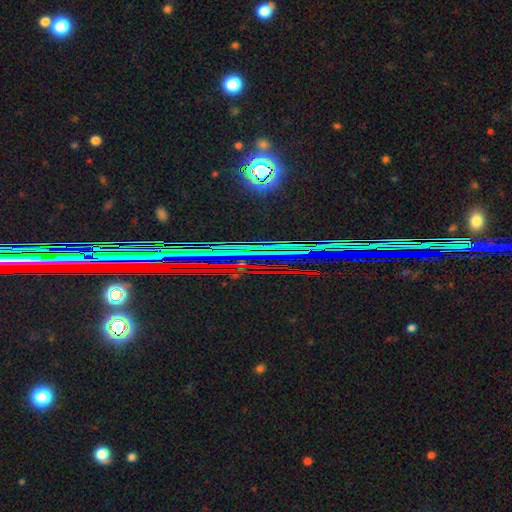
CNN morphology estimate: Smooth or featured: star or artifact — 78% (featured or disk — 12%)